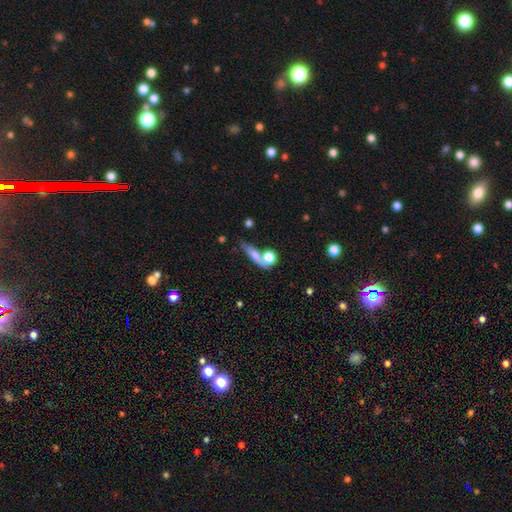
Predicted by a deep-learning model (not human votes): smooth-or-featured: smooth: 62% | featured or disk: 28% | star or artifact: 10%
  how-rounded: cigar-shaped: 47% | in between: 31% | round: 22%
  merging: none: 48% | merger: 29% | minor disturbance: 14% | major disturbance: 8%